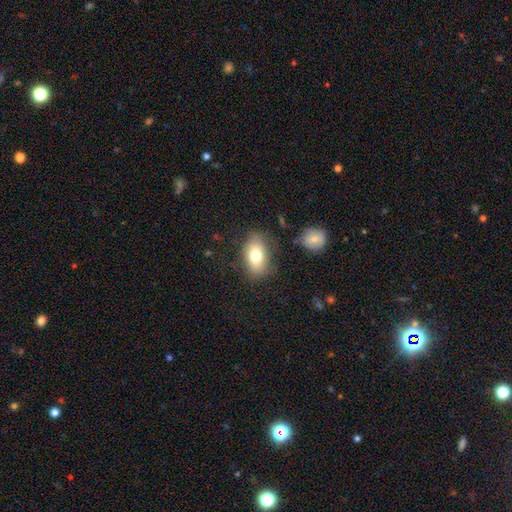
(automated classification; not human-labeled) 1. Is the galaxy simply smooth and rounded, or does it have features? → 75% smooth, 16% featured or disk, 8% star or artifact.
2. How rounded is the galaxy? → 86% in between, 12% round, 2% cigar-shaped.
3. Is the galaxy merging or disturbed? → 74% none, 17% minor disturbance, 6% major disturbance, 4% merger.